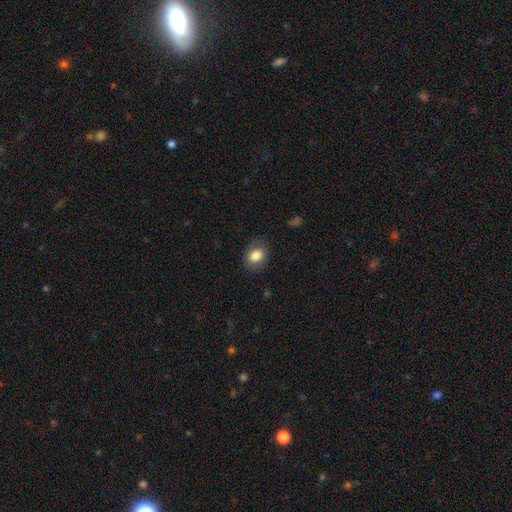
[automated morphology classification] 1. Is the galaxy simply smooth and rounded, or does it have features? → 82% smooth, 10% featured or disk, 8% star or artifact.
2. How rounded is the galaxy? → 63% in between, 36% round, 1% cigar-shaped.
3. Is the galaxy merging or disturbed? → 81% none, 14% minor disturbance, 5% major disturbance, 1% merger.